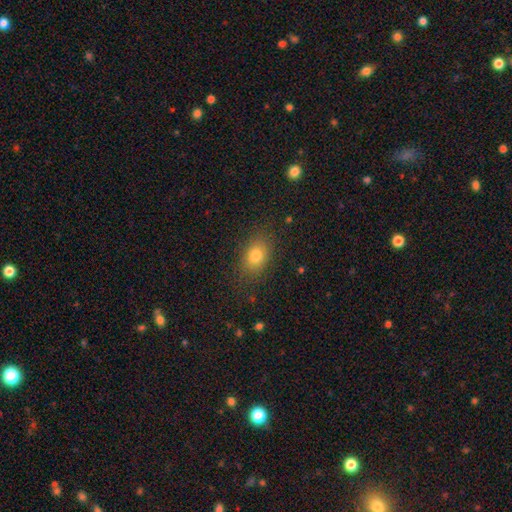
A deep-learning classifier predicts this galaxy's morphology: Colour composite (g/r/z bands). It shows a smooth galaxy with no disk features (79%) that is in between round and cigar-shaped (75%). Merging: none (83%).